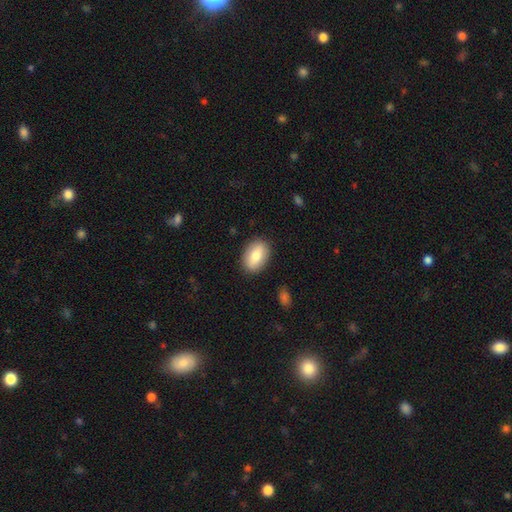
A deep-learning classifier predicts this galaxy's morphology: smooth-or-featured: smooth: 77% | featured or disk: 16% | star or artifact: 7%
  how-rounded: in between: 86% | round: 12% | cigar-shaped: 2%
  merging: none: 87% | minor disturbance: 9% | major disturbance: 2% | merger: 1%